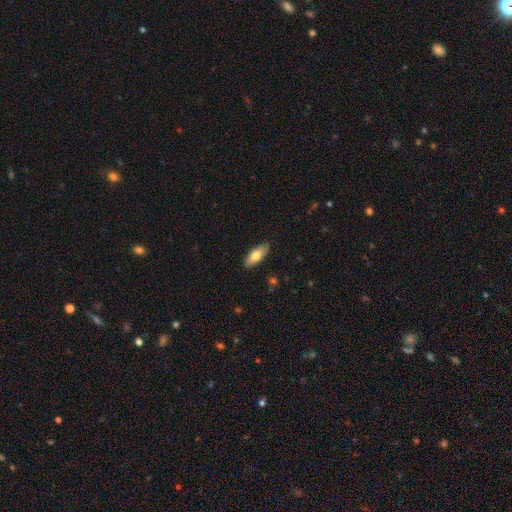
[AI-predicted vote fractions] The model was most divided on "smooth or featured": smooth: 75%, featured or disk: 19%, star or artifact: 6%. More confident: merging — none (88%); how rounded — in between (80%).